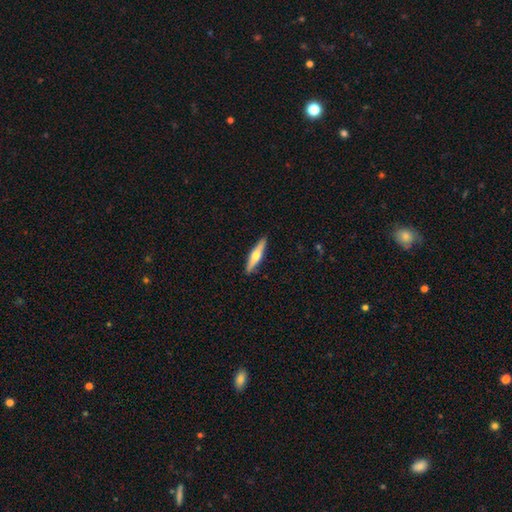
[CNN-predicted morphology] Q: Smooth or featured?
A: featured or disk (49%); runner-up: smooth (46%)
Q: Merging?
A: none (90%); runner-up: minor disturbance (7%)